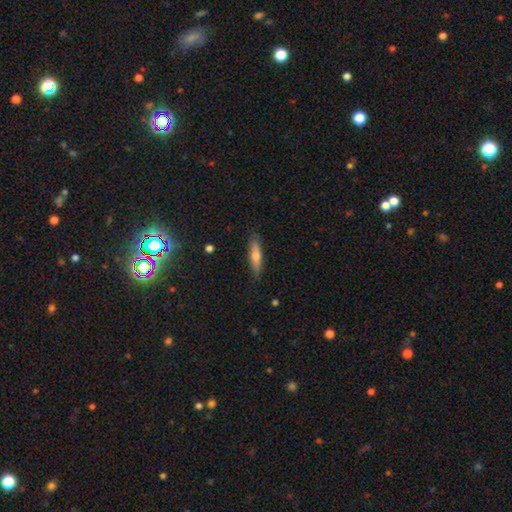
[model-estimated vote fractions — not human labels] This is possibly a smooth galaxy (56%). How rounded: likely cigar-shaped (79%). Merging: clearly none (86%).